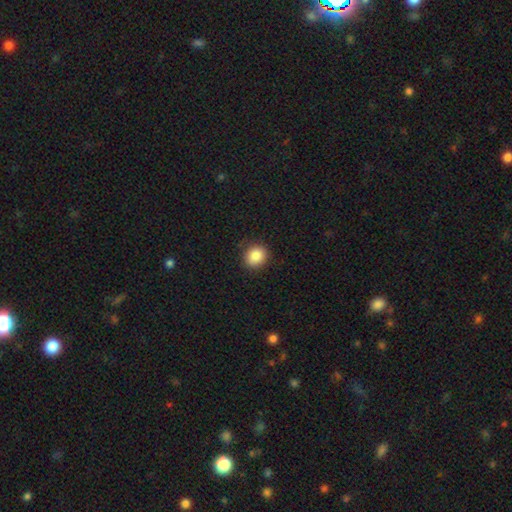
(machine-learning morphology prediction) A smooth galaxy with no disk features (86%) that is round (77%).

Vote fractions:
- Smooth or featured? smooth: 86% / star or artifact: 9% / featured or disk: 4%
- How rounded? round: 77% / in between: 22% / cigar-shaped: 1%
- Merging? none: 88% / minor disturbance: 9% / major disturbance: 2% / merger: 1%